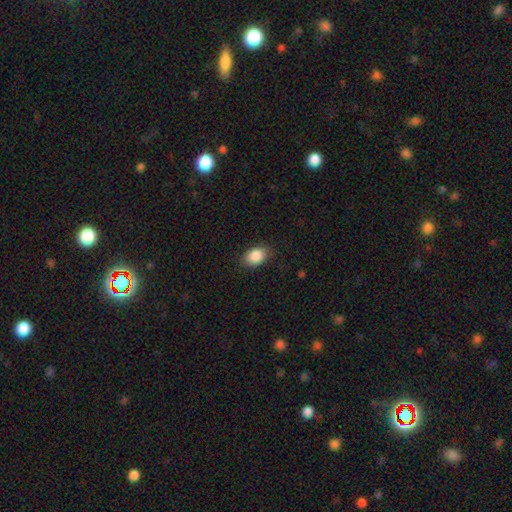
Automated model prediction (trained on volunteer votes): A smooth galaxy with no disk features (88%) that is in between round and cigar-shaped (85%).

Vote fractions:
- Smooth or featured? smooth: 88% / star or artifact: 7% / featured or disk: 5%
- How rounded? in between: 85% / round: 14% / cigar-shaped: 1%
- Merging? none: 84% / minor disturbance: 12% / major disturbance: 3% / merger: 1%